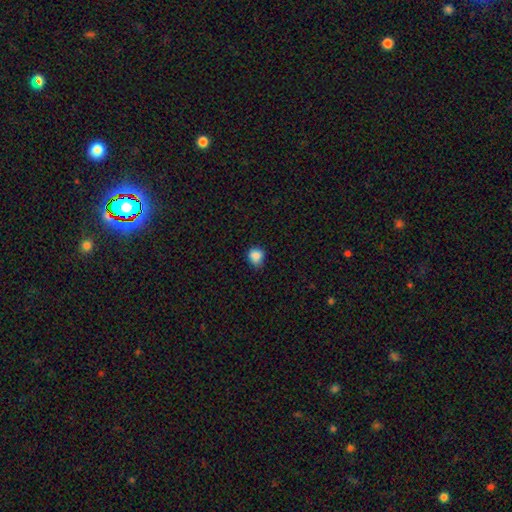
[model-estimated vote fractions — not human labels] The model was most divided on "merging": none: 67%, minor disturbance: 27%, major disturbance: 4%, merger: 2%. More confident: smooth or featured — smooth (86%); how rounded — round (78%).